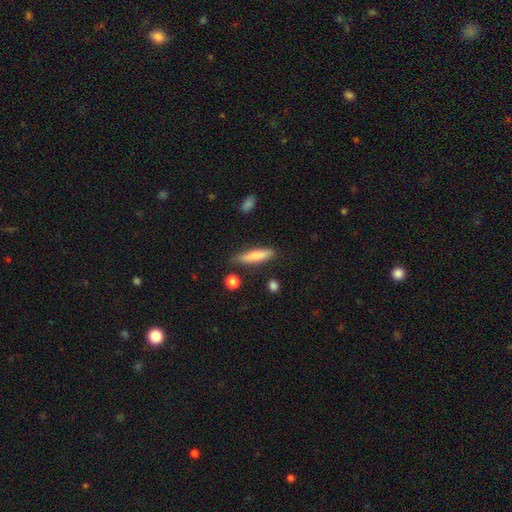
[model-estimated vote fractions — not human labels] Smooth or featured? Predicted: smooth (p=0.74). How rounded? Predicted: cigar-shaped (p=0.81). Merging? Predicted: none (p=0.77).